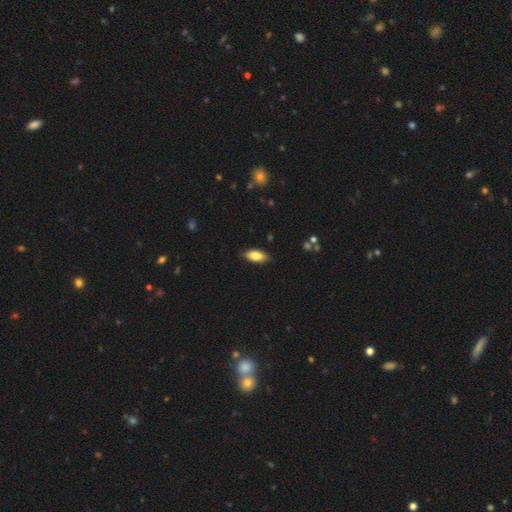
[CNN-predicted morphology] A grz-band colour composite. It shows a smooth galaxy with no disk features (84%) that is in between round and cigar-shaped (87%). Merging: none (85%).